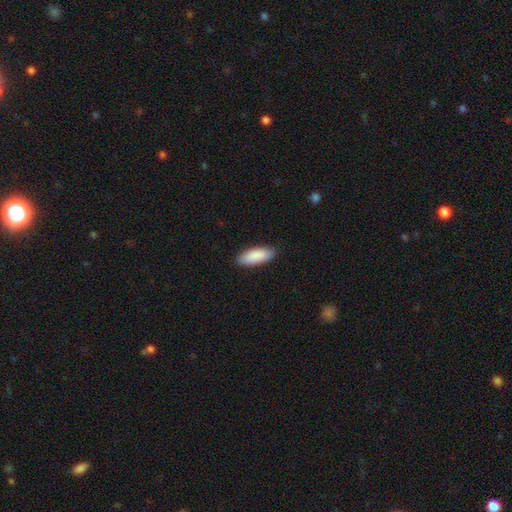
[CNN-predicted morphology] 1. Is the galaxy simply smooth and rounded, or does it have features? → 90% smooth, 5% star or artifact, 5% featured or disk.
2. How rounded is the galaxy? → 76% in between, 22% cigar-shaped, 1% round.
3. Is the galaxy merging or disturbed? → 88% none, 9% minor disturbance, 2% major disturbance, 1% merger.